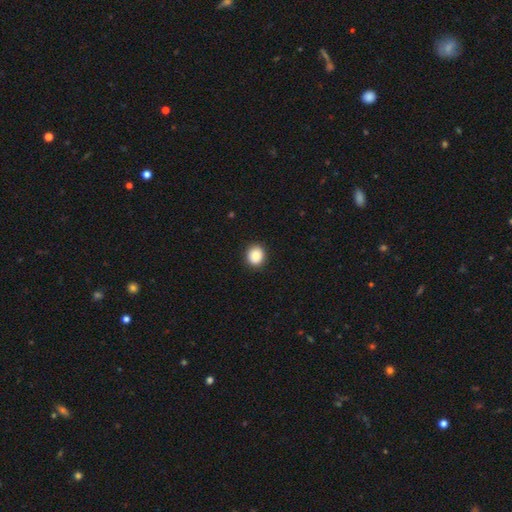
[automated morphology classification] A smooth galaxy with no disk features (87%) that is round (78%).

Vote fractions:
- Smooth or featured? smooth: 87% / star or artifact: 8% / featured or disk: 4%
- How rounded? round: 78% / in between: 21% / cigar-shaped: 1%
- Merging? none: 91% / minor disturbance: 7% / major disturbance: 2% / merger: 1%